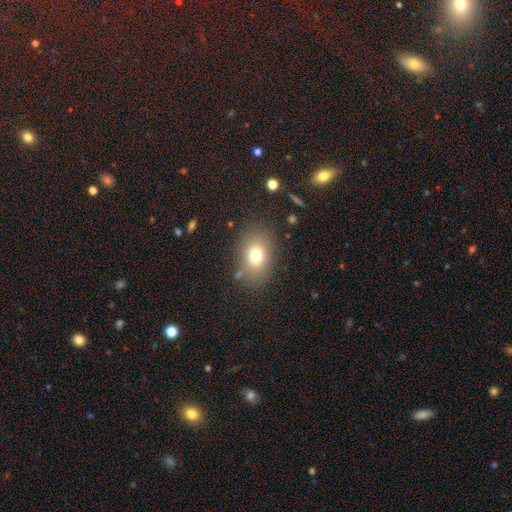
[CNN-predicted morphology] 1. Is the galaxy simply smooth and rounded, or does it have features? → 74% smooth, 14% featured or disk, 12% star or artifact.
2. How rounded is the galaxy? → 73% in between, 26% round, 1% cigar-shaped.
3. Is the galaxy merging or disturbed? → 78% none, 13% minor disturbance, 6% major disturbance, 3% merger.